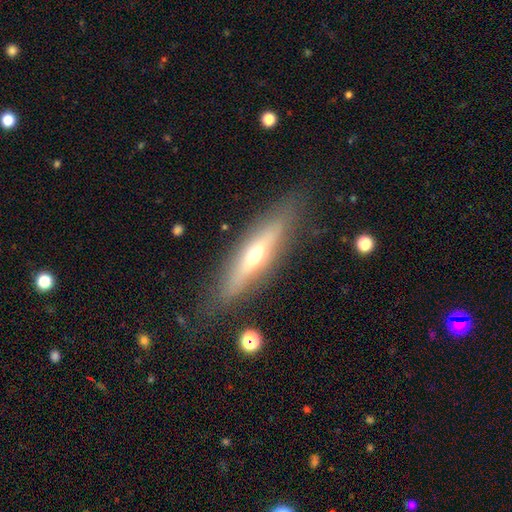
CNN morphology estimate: Smooth or featured: featured or disk — 53% (smooth — 39%)
Edge-on disk: yes — 79% (no — 21%)
Merging: none — 81% (minor disturbance — 12%)